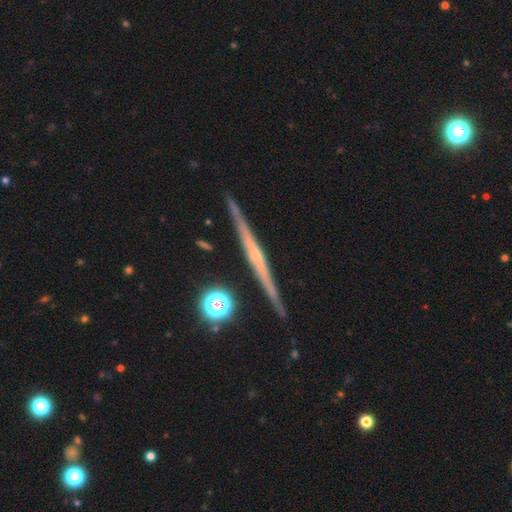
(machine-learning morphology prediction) smooth_or_featured: featured or disk (p=0.78) [alt: smooth p=0.16]
disk_edge_on: yes (p=0.98) [alt: no p=0.02]
edge_on_bulge: none (p=0.46) [alt: rounded p=0.45]
merging: none (p=0.90) [alt: minor disturbance p=0.07]